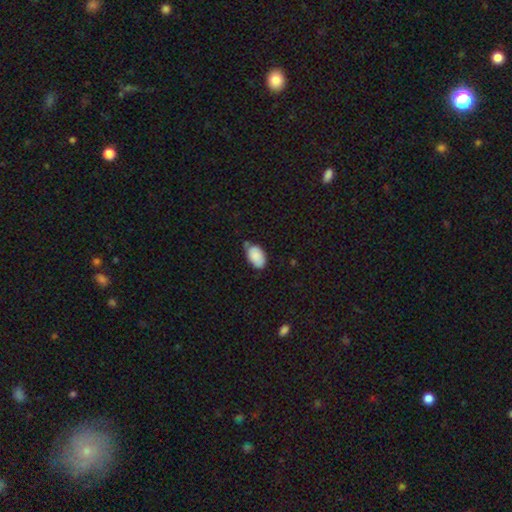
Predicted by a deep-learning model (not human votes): Morphology: type=smooth (88%); roundness=in between (93%); merging=none (59%).